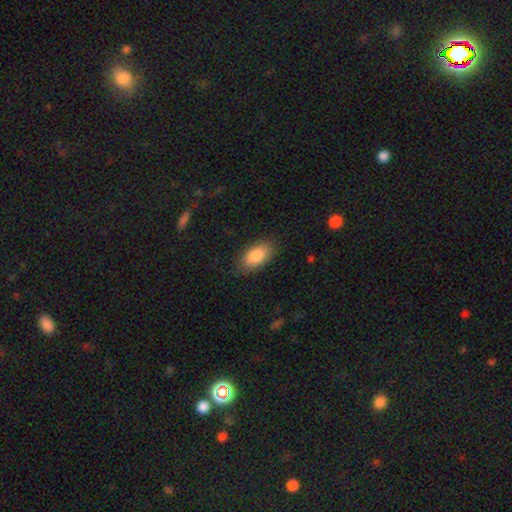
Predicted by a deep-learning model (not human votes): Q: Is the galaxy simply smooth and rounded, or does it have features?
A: smooth — 86%.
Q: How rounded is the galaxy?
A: in between — 93%.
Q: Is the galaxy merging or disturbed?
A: none — 84%.